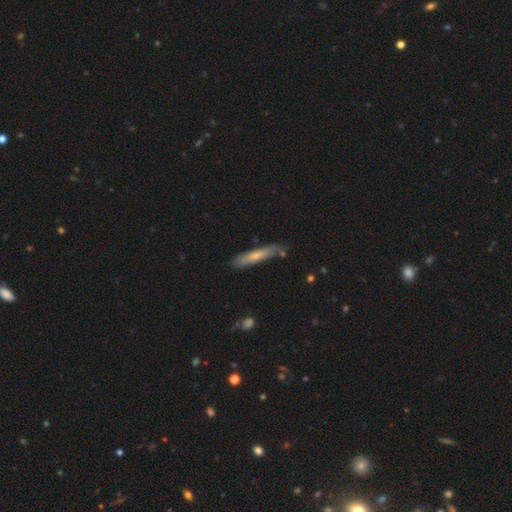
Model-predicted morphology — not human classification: Smooth or featured? Predicted: smooth (p=0.56). How rounded? Predicted: cigar-shaped (p=0.90). Merging? Predicted: none (p=0.78).